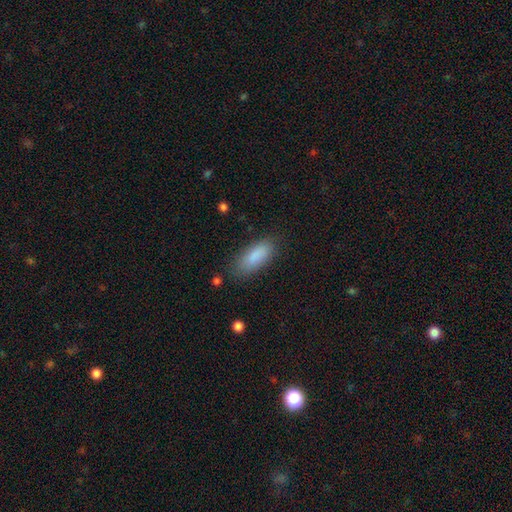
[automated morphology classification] The model was most divided on "how rounded": in between: 75%, cigar-shaped: 23%, round: 2%. More confident: smooth or featured — smooth (87%); merging — none (81%).